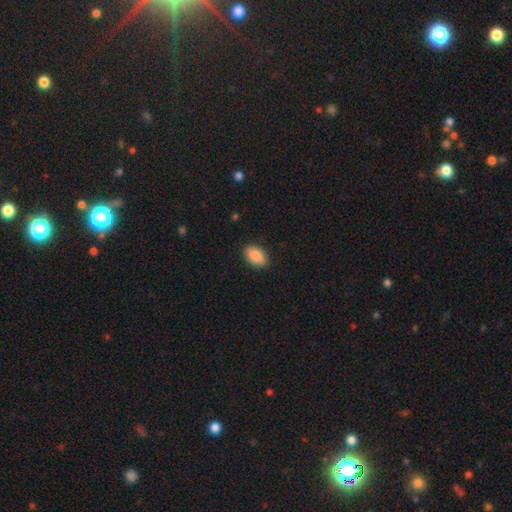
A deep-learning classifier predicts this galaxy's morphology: smooth_or_featured: smooth (p=0.89) [alt: star or artifact p=0.07]
how_rounded: in between (p=0.91) [alt: round p=0.07]
merging: none (p=0.87) [alt: minor disturbance p=0.10]